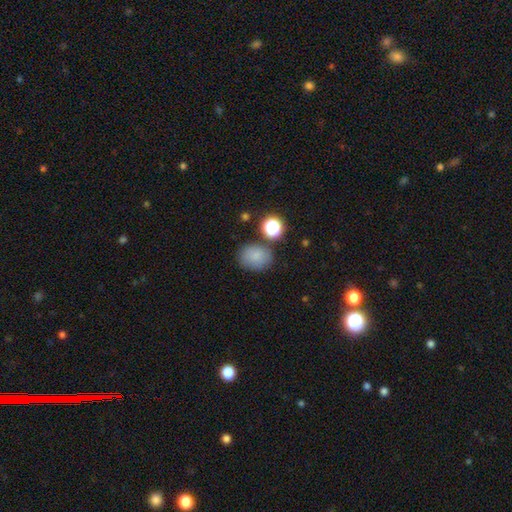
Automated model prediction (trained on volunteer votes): A smooth galaxy with no disk features (81%) that is in between round and cigar-shaped (60%).

Vote fractions:
- Smooth or featured? smooth: 81% / star or artifact: 12% / featured or disk: 7%
- How rounded? in between: 60% / round: 39% / cigar-shaped: 1%
- Merging? none: 74% / minor disturbance: 14% / merger: 7% / major disturbance: 4%